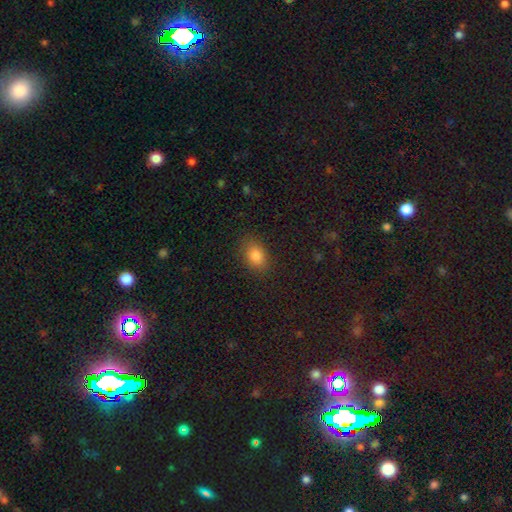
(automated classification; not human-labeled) This is clearly a smooth galaxy (85%). How rounded: likely in between (69%). Merging: clearly none (83%).